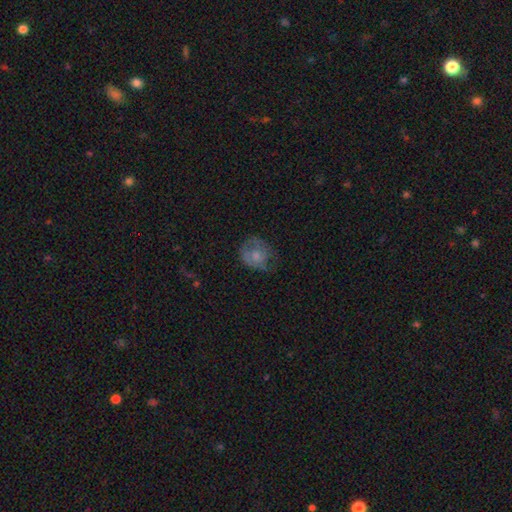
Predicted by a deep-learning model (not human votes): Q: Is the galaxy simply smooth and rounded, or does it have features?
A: smooth — 57%.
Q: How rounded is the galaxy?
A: round — 69%.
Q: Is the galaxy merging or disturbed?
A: none — 50%.